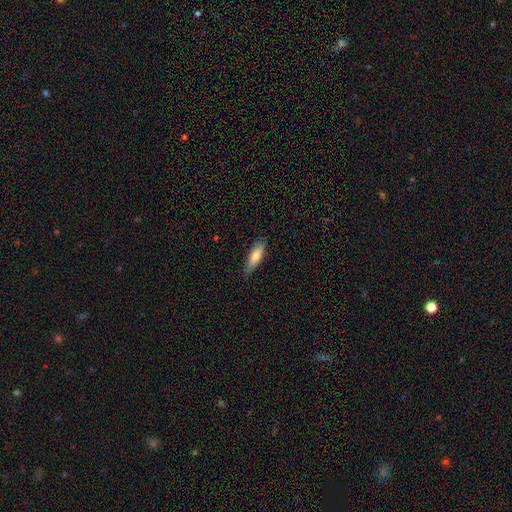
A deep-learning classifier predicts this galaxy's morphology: type=smooth (75%); roundness=cigar-shaped (51%); merging=none (83%).